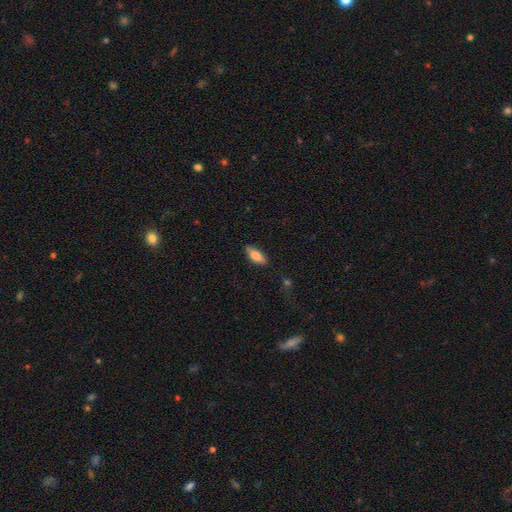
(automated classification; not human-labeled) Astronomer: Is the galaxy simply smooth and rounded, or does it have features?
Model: smooth — 81%.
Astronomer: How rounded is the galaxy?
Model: in between — 75%.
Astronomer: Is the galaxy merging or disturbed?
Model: none — 81%.